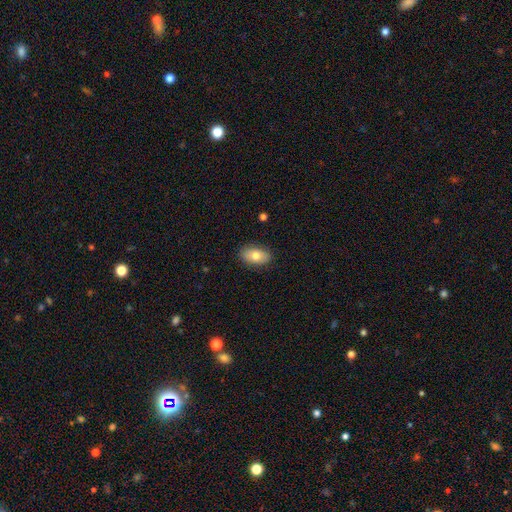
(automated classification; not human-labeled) Overall: smooth (76%). How rounded: in between (91%). Merging: none (86%).